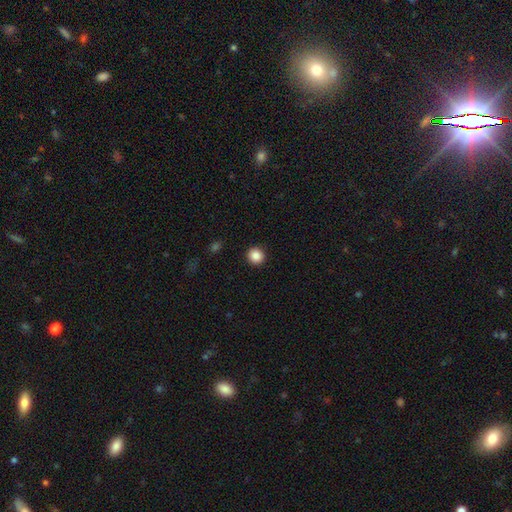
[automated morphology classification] This is clearly a smooth galaxy (87%). How rounded: clearly round (94%). Merging: clearly none (92%).